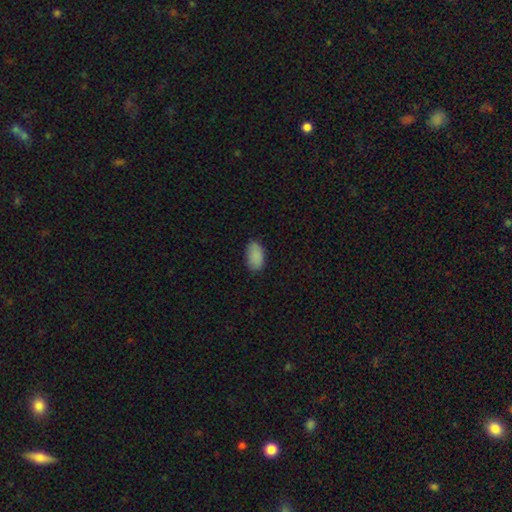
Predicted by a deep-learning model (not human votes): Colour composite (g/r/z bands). It shows a smooth galaxy with no disk features (88%) that is in between round and cigar-shaped (94%). Merging: none (82%).